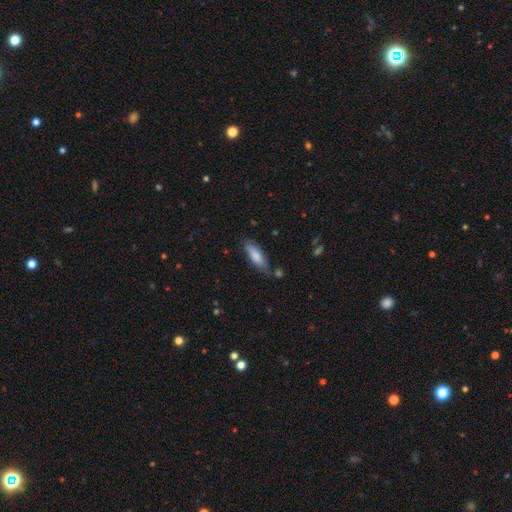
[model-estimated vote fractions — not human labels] Morphology: type=smooth (80%); roundness=in between (50%); merging=none (71%).